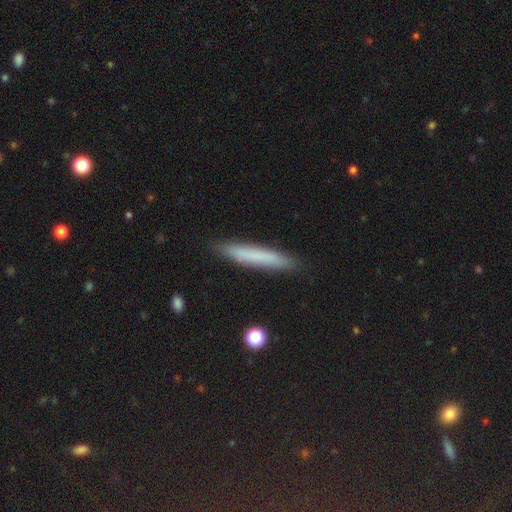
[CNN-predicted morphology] smooth 72%, featured or disk 20%, star or artifact 8%. Down the decision tree: how rounded — cigar-shaped (94%); merging — none (88%).